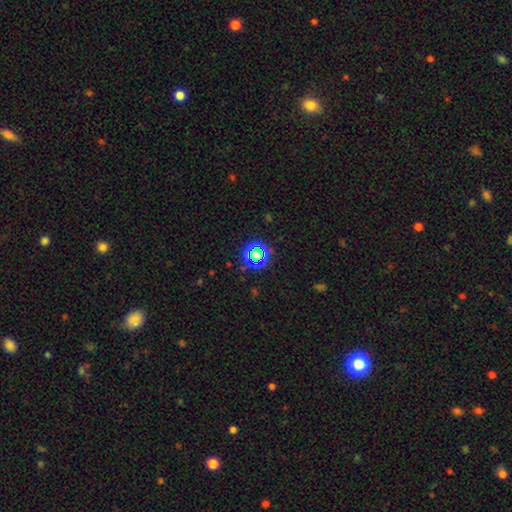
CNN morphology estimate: type=star or artifact (70%).